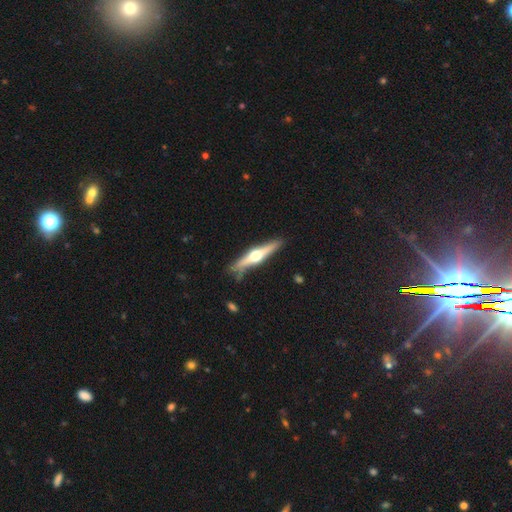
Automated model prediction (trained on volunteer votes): Smooth or featured? featured or disk (72%)
Edge-on disk? yes (97%)
Edge-on bulge? rounded (96%)
Merging? none (86%)